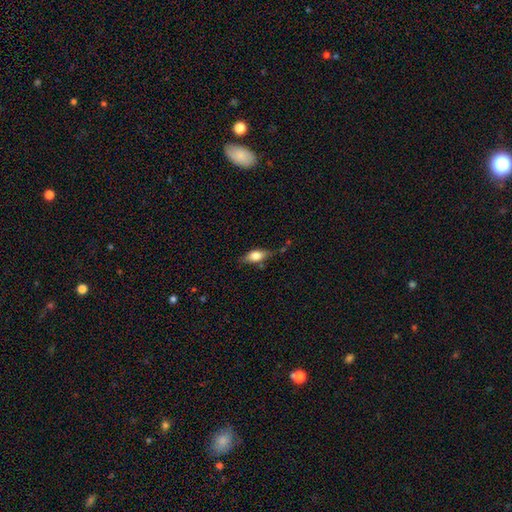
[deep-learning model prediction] A smooth galaxy with no disk features (68%) that is in between round and cigar-shaped (79%). Merging: none (65%).